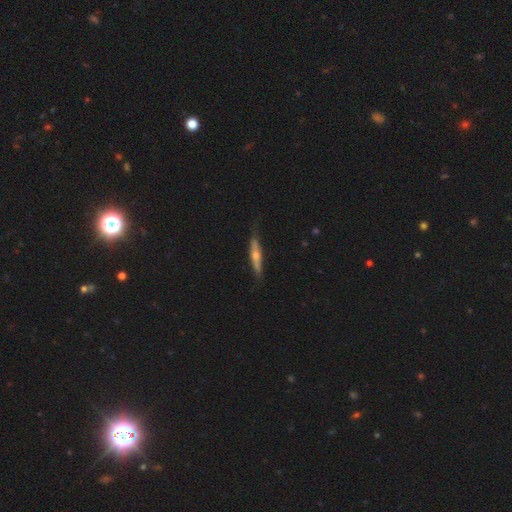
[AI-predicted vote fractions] This is possibly a featured or disk galaxy (56%). It is clearly viewed edge-on (91%). Edge-on bulge: clearly rounded (86%). Merging: likely none (76%).